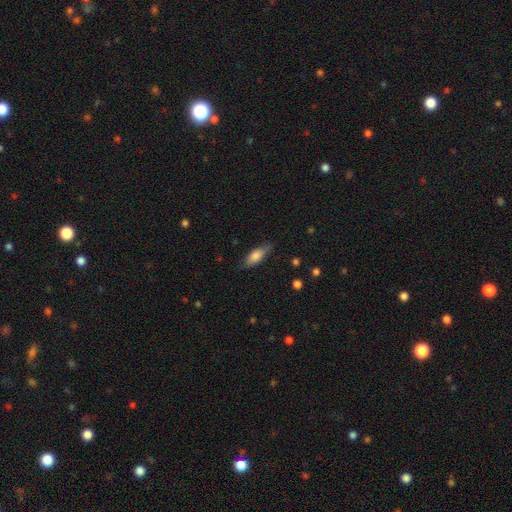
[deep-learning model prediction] smooth 74%, featured or disk 19%, star or artifact 6%. Down the decision tree: how rounded — in between (67%); merging — none (75%).